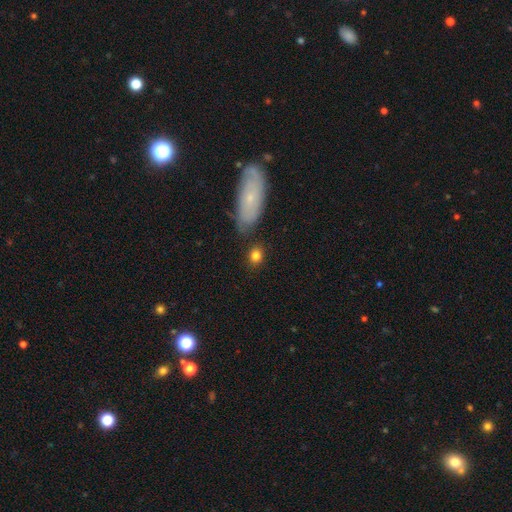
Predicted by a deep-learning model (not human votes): Overall: smooth (83%). How rounded: round (61%; in between 37%). Merging: none (79%).